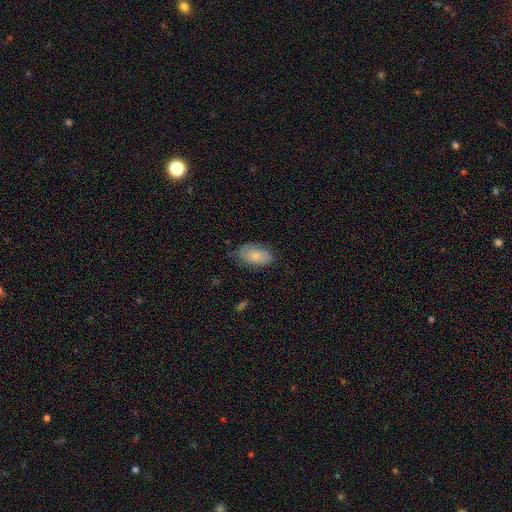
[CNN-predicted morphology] Smooth or featured? smooth (69%)
How rounded? in between (93%)
Merging? none (69%)